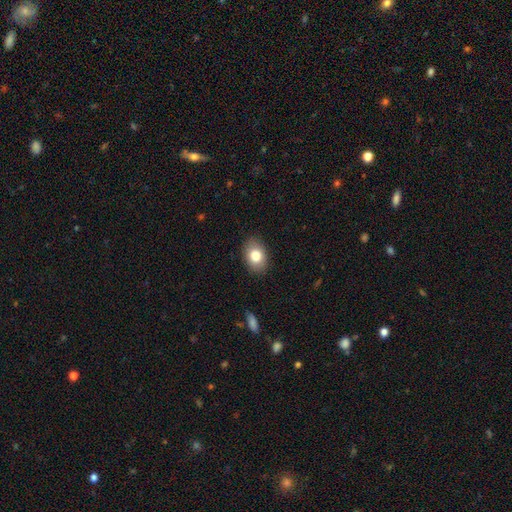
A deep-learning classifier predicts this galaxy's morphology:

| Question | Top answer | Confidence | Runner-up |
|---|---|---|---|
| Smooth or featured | smooth | 80% | featured or disk (12%) |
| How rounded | in between | 78% | round (21%) |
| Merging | none | 87% | minor disturbance (9%) |